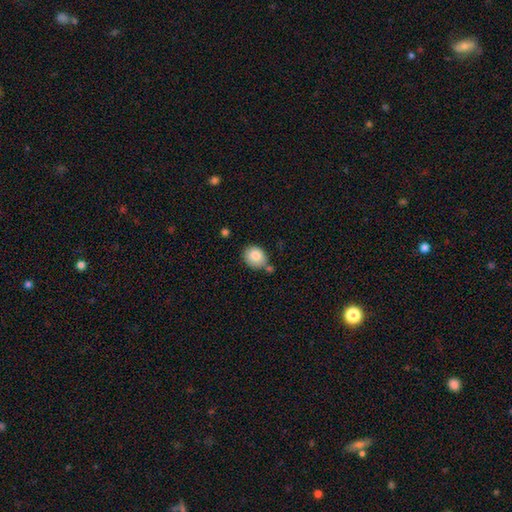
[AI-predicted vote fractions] smooth_or_featured: smooth (p=0.83) [alt: featured or disk p=0.09]
how_rounded: round (p=0.67) [alt: in between p=0.32]
merging: none (p=0.64) [alt: minor disturbance p=0.19]